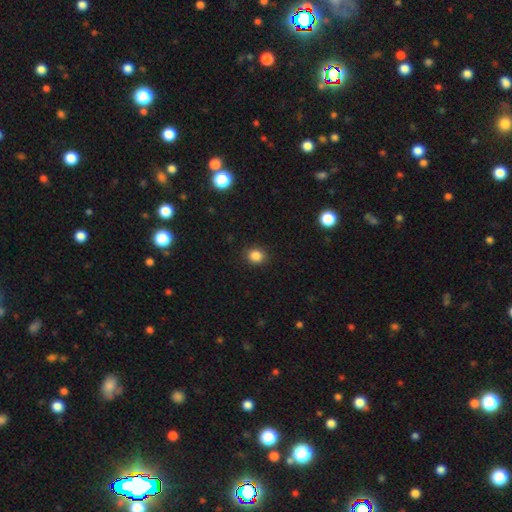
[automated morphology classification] This appears to be a smooth galaxy with no disk features (85%) that is round (79%). Merging: none (90%).